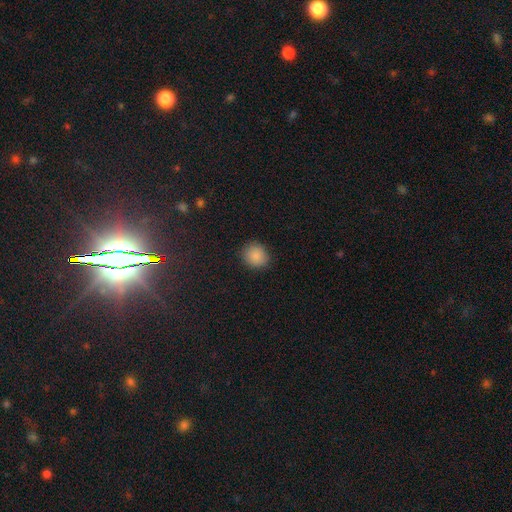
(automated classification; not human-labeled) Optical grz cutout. It shows a smooth galaxy with no disk features (87%) that is round (78%). Merging: none (87%).